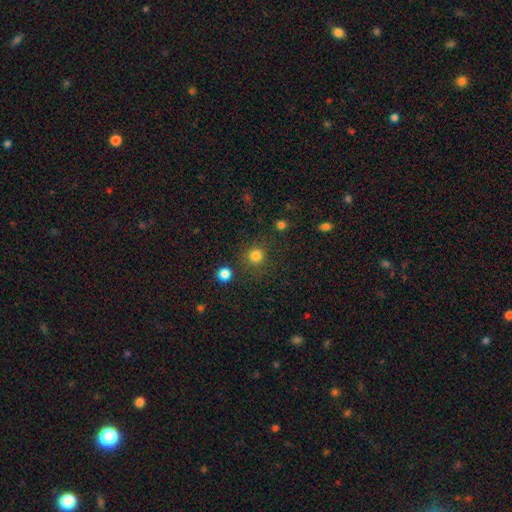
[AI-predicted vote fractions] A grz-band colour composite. It shows a smooth galaxy with no disk features (82%) that is round (94%). Merging: none (84%).